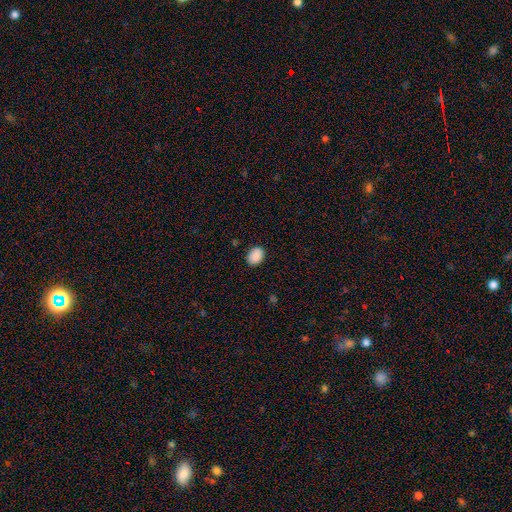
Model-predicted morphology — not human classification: type=smooth (89%); roundness=in between (69%); merging=none (87%).